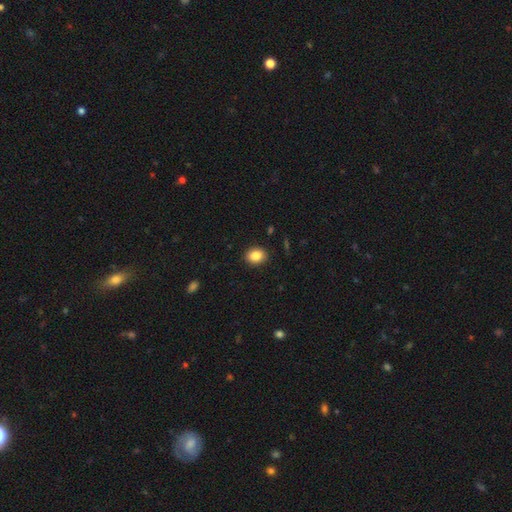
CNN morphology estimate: smooth-or-featured: smooth: 86% | star or artifact: 9% | featured or disk: 5%
  how-rounded: in between: 53% | round: 46% | cigar-shaped: 1%
  merging: none: 90% | minor disturbance: 7% | major disturbance: 2% | merger: 1%